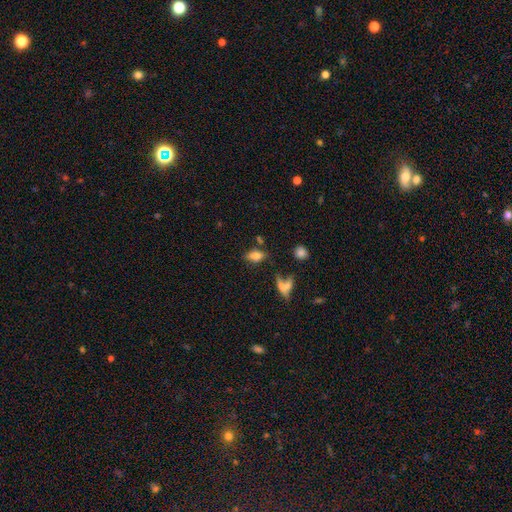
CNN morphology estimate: A smooth galaxy with no disk features (73%) that is in between round and cigar-shaped (84%). Merging: none (62%).